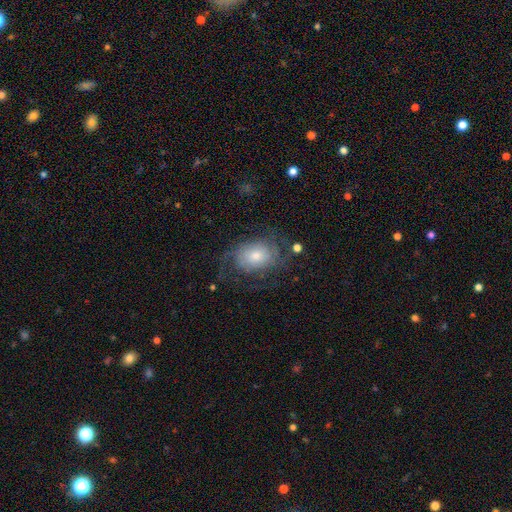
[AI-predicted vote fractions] This is possibly a featured or disk galaxy (58%). It is clearly not viewed edge-on (96%). Bar: likely no (75%). Spiral arm pattern: clearly yes (82%). Central bulge: possibly moderate (50%). Merging: possibly none (58%).